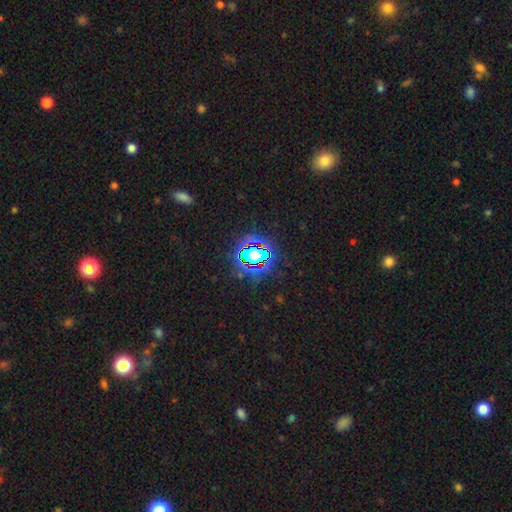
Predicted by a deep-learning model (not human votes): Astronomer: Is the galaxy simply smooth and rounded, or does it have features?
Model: star or artifact — 79%.